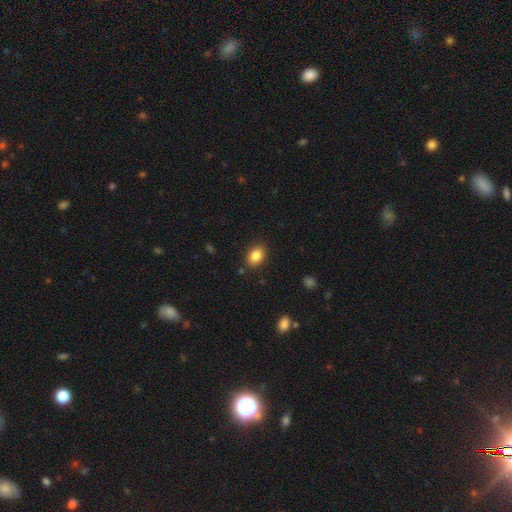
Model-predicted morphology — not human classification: smooth_or_featured: smooth (p=0.85) [alt: star or artifact p=0.09]
how_rounded: in between (p=0.75) [alt: round p=0.23]
merging: none (p=0.87) [alt: minor disturbance p=0.09]